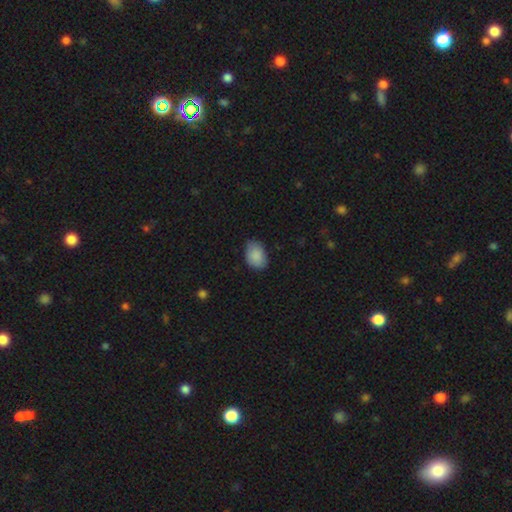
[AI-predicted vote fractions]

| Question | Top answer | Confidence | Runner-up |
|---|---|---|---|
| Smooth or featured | smooth | 88% | star or artifact (7%) |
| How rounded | in between | 83% | round (16%) |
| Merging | none | 74% | minor disturbance (21%) |